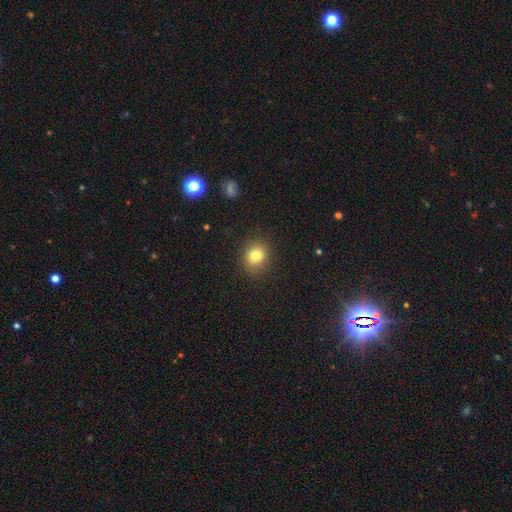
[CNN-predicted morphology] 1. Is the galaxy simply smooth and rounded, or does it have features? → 80% smooth, 12% star or artifact, 8% featured or disk.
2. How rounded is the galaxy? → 70% round, 29% in between, 1% cigar-shaped.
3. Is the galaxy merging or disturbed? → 87% none, 9% minor disturbance, 3% major disturbance, 1% merger.